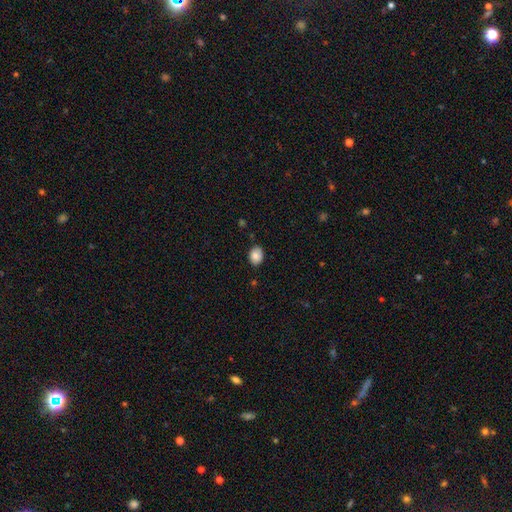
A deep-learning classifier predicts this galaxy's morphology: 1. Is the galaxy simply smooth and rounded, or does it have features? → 83% smooth, 8% featured or disk, 8% star or artifact.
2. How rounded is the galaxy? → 66% in between, 33% round, 1% cigar-shaped.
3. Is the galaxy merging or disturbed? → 82% none, 14% minor disturbance, 2% major disturbance, 2% merger.